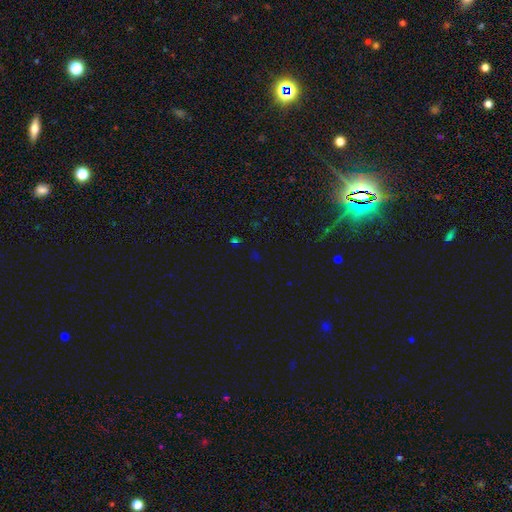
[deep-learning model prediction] The model was most divided on "smooth or featured": star or artifact: 65%, smooth: 27%, featured or disk: 8%.